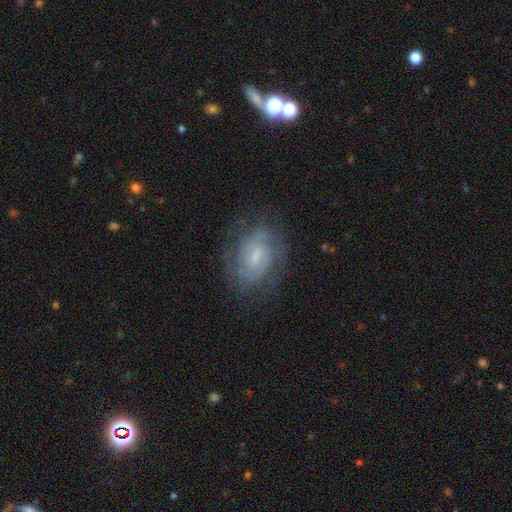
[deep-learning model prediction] Morphology: type=featured or disk (74%); edge-on=no (97%); bar=weak (55%); spiral arms=yes (91%); winding=tight (56%); arm count=2 (48%); bulge=small (54%); merging=none (76%).